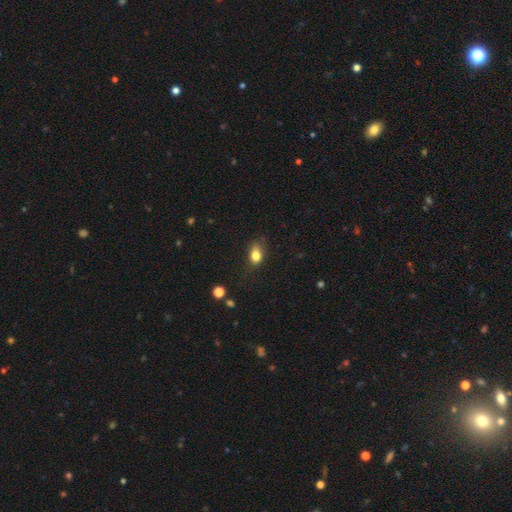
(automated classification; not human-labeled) Q: Smooth or featured?
A: smooth (81%); runner-up: star or artifact (10%)
Q: How rounded?
A: in between (78%); runner-up: round (19%)
Q: Merging?
A: none (63%); runner-up: minor disturbance (27%)